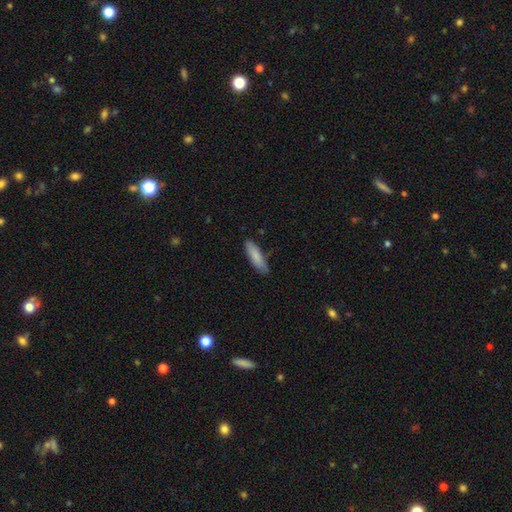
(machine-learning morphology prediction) Smooth or featured? Predicted: smooth (p=0.83). How rounded? Predicted: cigar-shaped (p=0.64). Merging? Predicted: none (p=0.80).